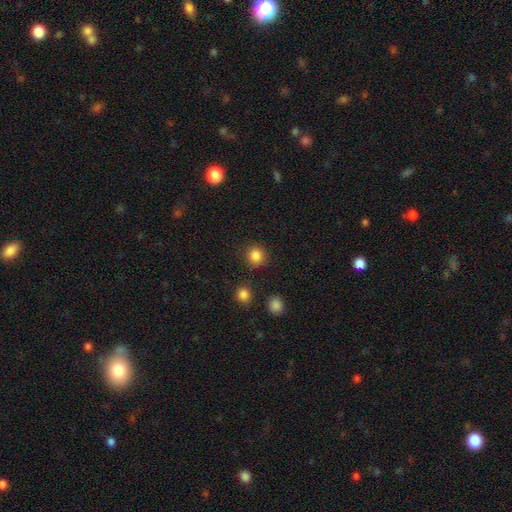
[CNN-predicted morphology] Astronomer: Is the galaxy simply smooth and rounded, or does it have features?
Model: smooth — 85%.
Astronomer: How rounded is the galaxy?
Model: round — 91%.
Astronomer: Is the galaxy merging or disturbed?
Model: none — 87%.